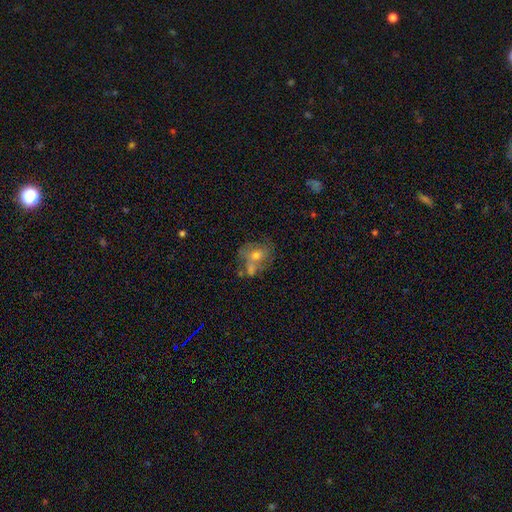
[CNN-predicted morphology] A featured or disk galaxy (47%).

Vote fractions:
- Smooth or featured? featured or disk: 47% / smooth: 39% / star or artifact: 14%
- Merging? none: 43% / merger: 24% / minor disturbance: 20% / major disturbance: 14%